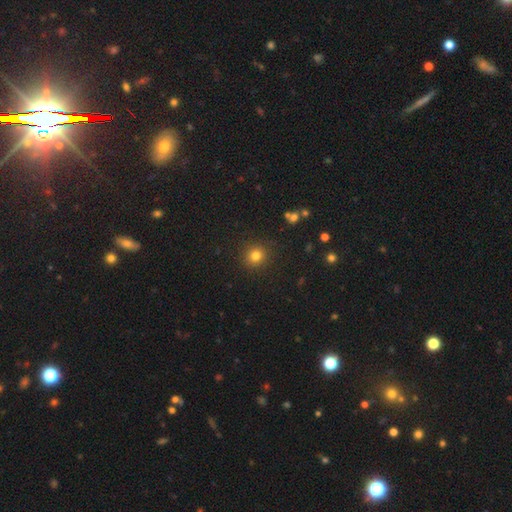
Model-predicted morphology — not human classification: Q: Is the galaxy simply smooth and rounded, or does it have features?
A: smooth — 80%.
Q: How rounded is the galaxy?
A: round — 90%.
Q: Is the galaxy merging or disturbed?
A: none — 90%.